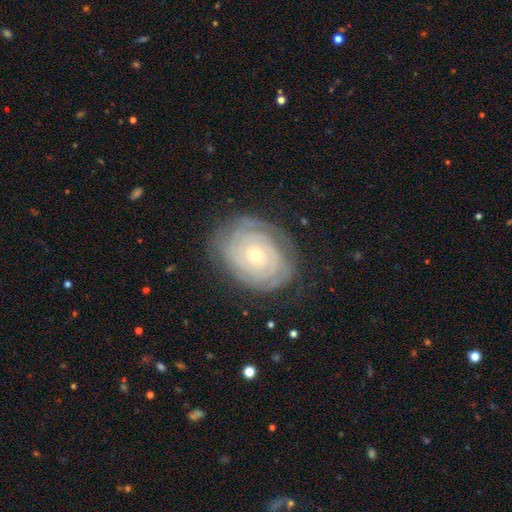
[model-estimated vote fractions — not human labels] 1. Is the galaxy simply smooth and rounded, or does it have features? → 83% featured or disk, 11% smooth, 6% star or artifact.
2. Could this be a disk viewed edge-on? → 97% no, 3% yes.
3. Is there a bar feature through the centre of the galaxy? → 84% no, 12% weak, 4% strong.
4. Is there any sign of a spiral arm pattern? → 92% yes, 8% no.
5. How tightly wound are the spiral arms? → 87% tight, 10% medium, 3% loose.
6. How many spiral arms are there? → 39% can't tell, 23% 2, 15% 3, 11% 4, 7% more than 4, 6% 1.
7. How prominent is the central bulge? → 71% small, 26% moderate, 1% large, 1% dominant, 1% none.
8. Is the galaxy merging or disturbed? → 79% none, 15% minor disturbance, 5% major disturbance, 1% merger.